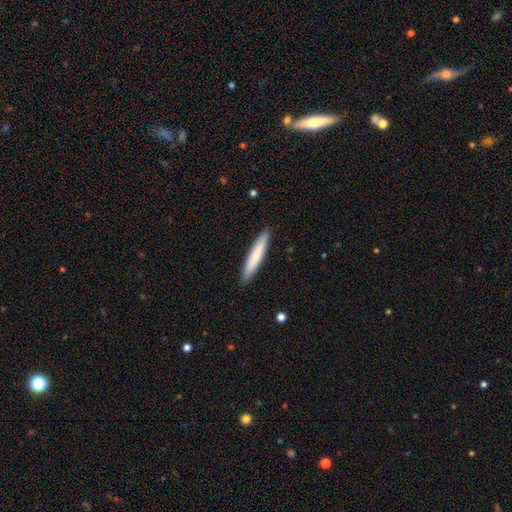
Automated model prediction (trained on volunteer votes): Smooth or featured? Predicted: smooth (p=0.76). How rounded? Predicted: cigar-shaped (p=0.91). Merging? Predicted: none (p=0.89).